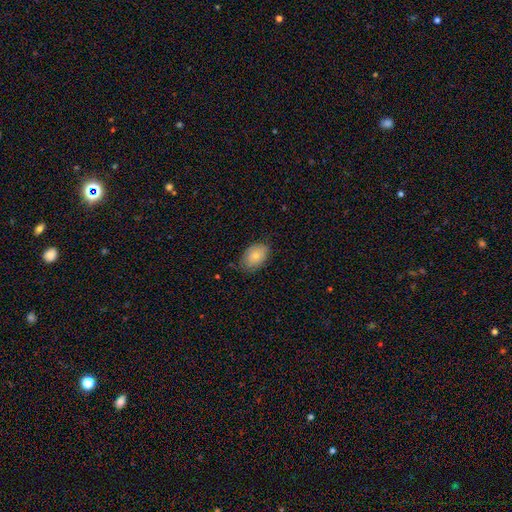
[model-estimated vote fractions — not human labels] Morphology: type=smooth (78%); roundness=in between (85%); merging=none (74%).